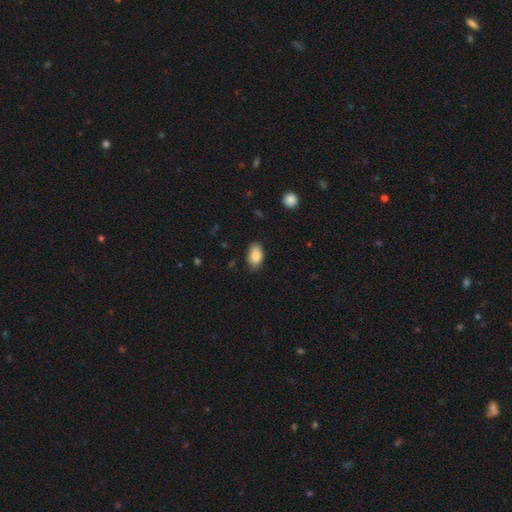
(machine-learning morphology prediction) Overall: smooth (86%). How rounded: in between (91%). Merging: none (81%).